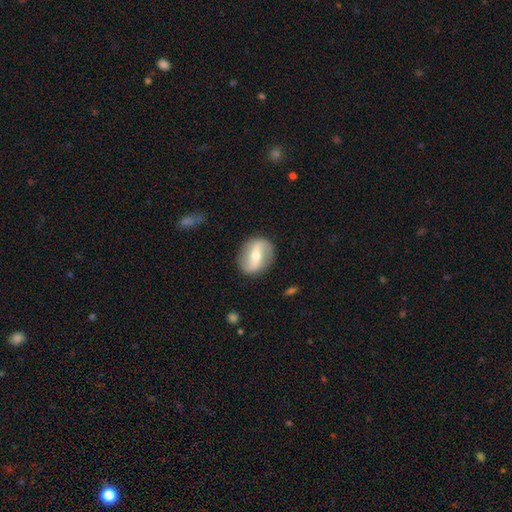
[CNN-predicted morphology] type=featured or disk (71%); edge-on=no (93%); bar=strong (54%); spiral arms=yes (71%); bulge=moderate (54%); merging=none (87%).